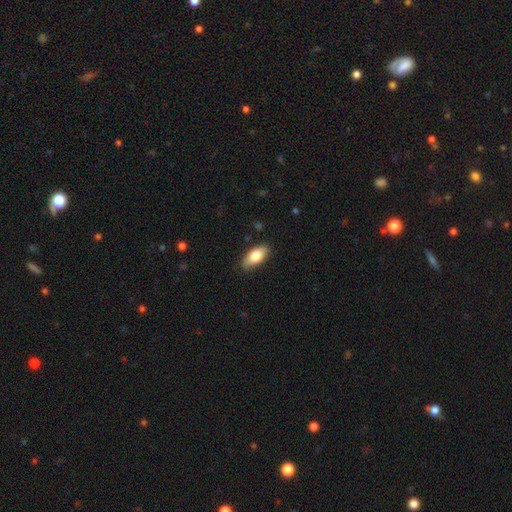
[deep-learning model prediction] The model was most divided on "smooth or featured": smooth: 80%, featured or disk: 14%, star or artifact: 6%. More confident: merging — none (86%); how rounded — in between (86%).